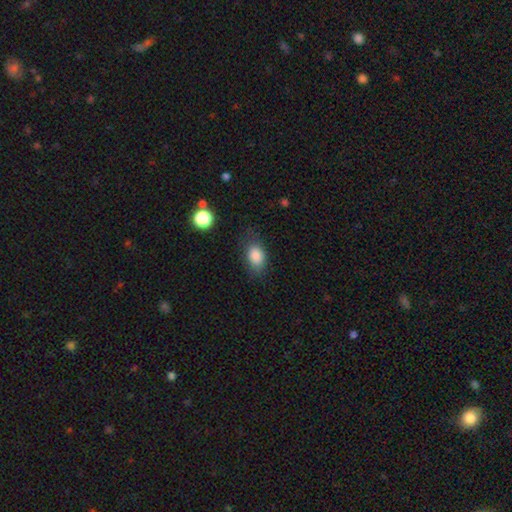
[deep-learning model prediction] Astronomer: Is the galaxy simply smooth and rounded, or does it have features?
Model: smooth — 85%.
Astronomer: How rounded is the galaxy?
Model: in between — 81%.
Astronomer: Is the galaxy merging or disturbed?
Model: none — 74%.